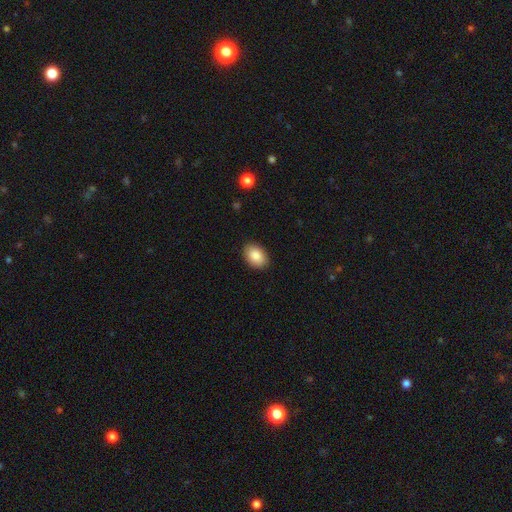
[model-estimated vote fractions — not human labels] A smooth galaxy with no disk features (88%) that is in between round and cigar-shaped (84%). Merging: none (89%).